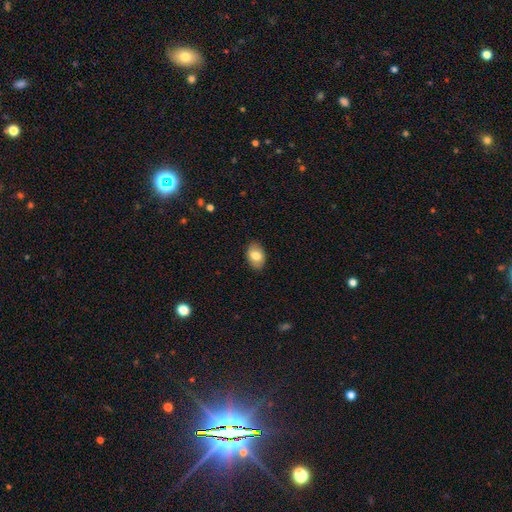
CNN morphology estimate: Q: Smooth or featured?
A: smooth (78%); runner-up: featured or disk (15%)
Q: How rounded?
A: in between (86%); runner-up: round (13%)
Q: Merging?
A: none (86%); runner-up: minor disturbance (10%)